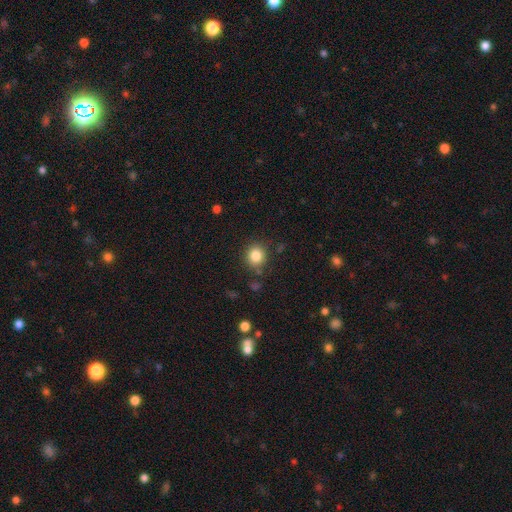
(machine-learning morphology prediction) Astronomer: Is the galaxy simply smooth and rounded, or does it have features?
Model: smooth — 83%.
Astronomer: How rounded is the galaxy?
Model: round — 85%.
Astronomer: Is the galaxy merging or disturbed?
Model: none — 85%.